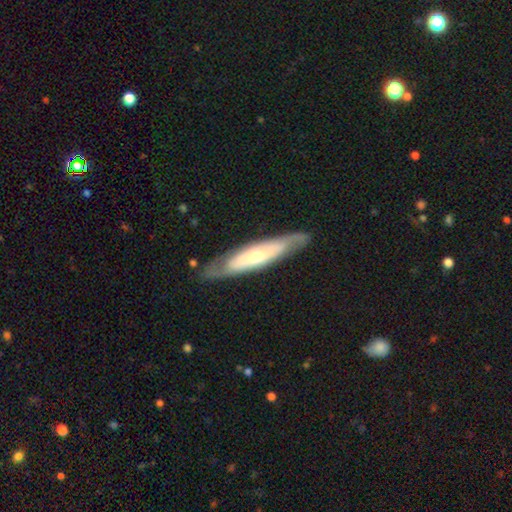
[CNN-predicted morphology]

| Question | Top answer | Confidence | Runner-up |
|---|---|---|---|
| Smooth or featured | featured or disk | 62% | smooth (33%) |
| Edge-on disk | no | 53% | yes (47%) |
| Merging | none | 79% | minor disturbance (15%) |